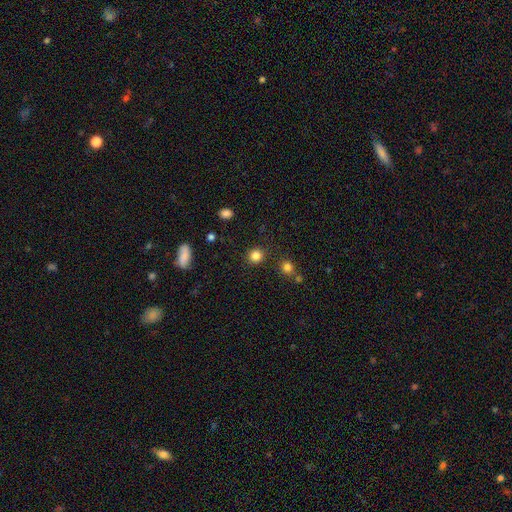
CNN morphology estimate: Smooth or featured? Predicted: smooth (p=0.83). How rounded? Predicted: round (p=0.91). Merging? Predicted: none (p=0.89).